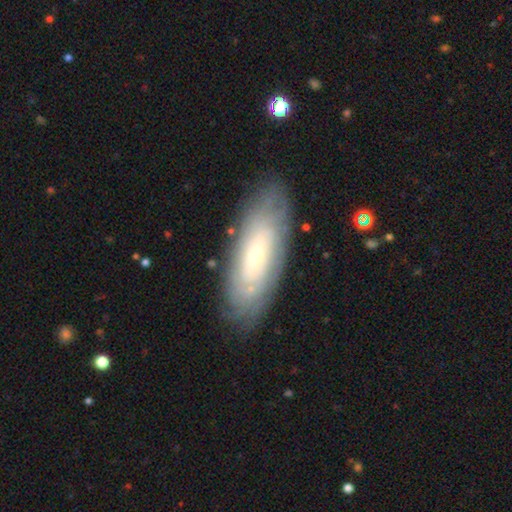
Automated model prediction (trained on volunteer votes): The model was most divided on "smooth or featured": featured or disk: 61%, smooth: 32%, star or artifact: 7%. More confident: edge-on disk — no (83%); merging — none (81%); bar — no (75%); bulge size — small (73%); spiral arms — yes (69%).